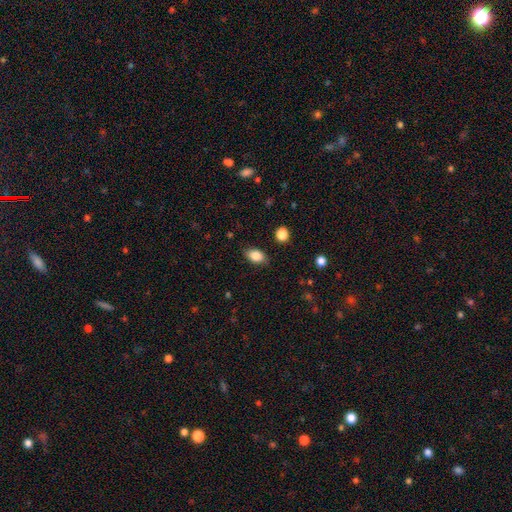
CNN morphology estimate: This is clearly a smooth galaxy (86%). How rounded: clearly in between (87%). Merging: clearly none (83%).